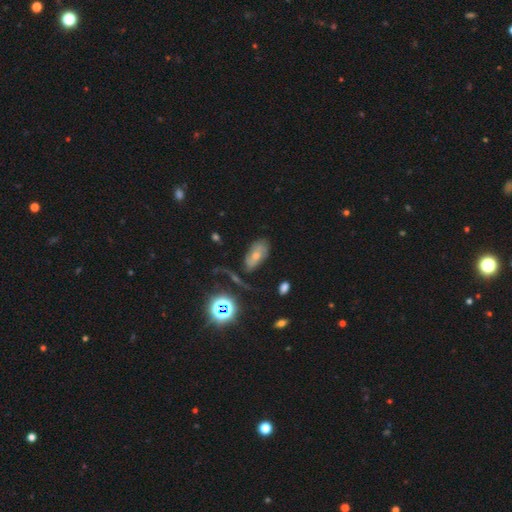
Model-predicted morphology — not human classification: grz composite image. It shows a smooth galaxy with no disk features (46%). Merging: none (56%).